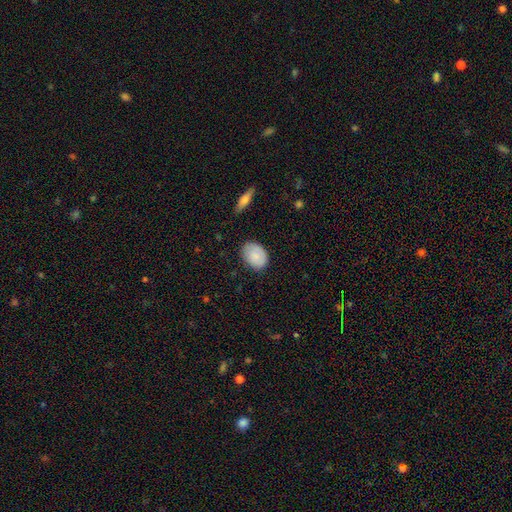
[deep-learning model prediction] smooth_or_featured: smooth (p=0.84) [alt: featured or disk p=0.10]
how_rounded: in between (p=0.74) [alt: round p=0.25]
merging: none (p=0.79) [alt: minor disturbance p=0.17]